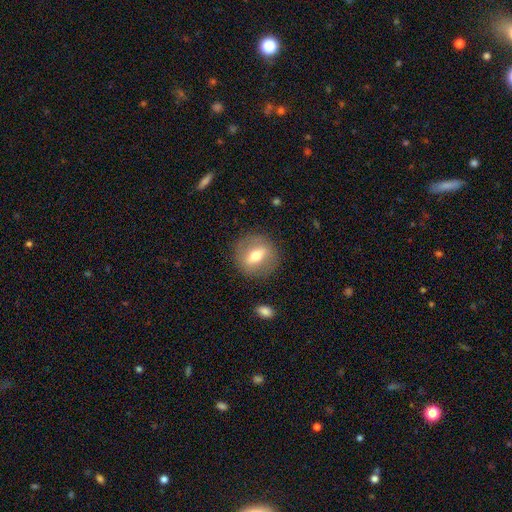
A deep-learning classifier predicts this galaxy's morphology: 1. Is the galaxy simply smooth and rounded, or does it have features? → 46% featured or disk (tied), 46% smooth (tied), 8% star or artifact.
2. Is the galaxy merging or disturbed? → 84% none, 10% minor disturbance, 4% major disturbance, 1% merger.